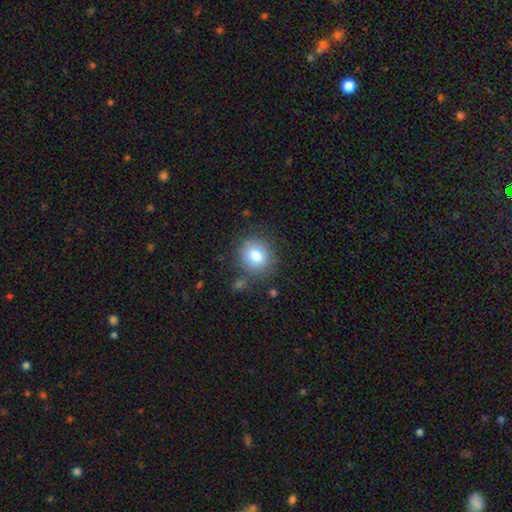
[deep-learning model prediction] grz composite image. It shows a smooth galaxy with no disk features (80%) that is round (83%). Merging: none (81%).